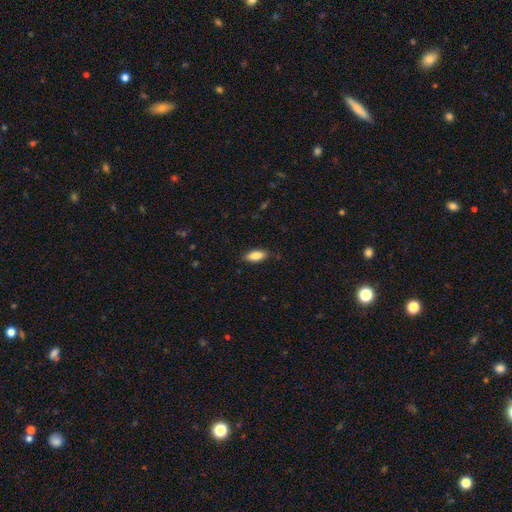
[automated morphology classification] Smooth or featured?
  - smooth: 86% *
  - featured or disk: 7%
  - star or artifact: 7%
How rounded?
  - in between: 81% *
  - cigar-shaped: 16%
  - round: 2%
Merging?
  - none: 84% *
  - minor disturbance: 12%
  - major disturbance: 2%
  - merger: 1%